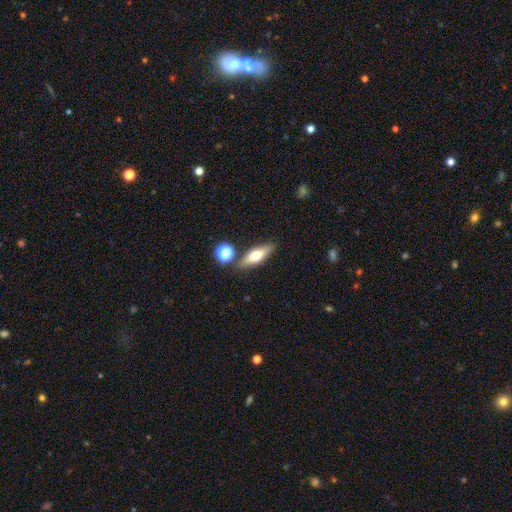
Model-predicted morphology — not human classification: This appears to be a smooth galaxy with no disk features (56%) that is in between round and cigar-shaped (51%). Merging: none (80%).